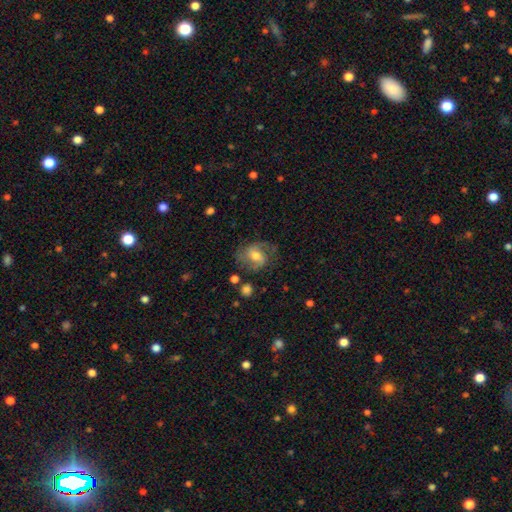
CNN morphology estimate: Q: Smooth or featured?
A: featured or disk (55%); runner-up: smooth (37%)
Q: Edge-on disk?
A: no (96%); runner-up: yes (4%)
Q: Bar?
A: weak (47%); runner-up: no (36%)
Q: Spiral arms?
A: yes (82%); runner-up: no (18%)
Q: Bulge size?
A: moderate (65%); runner-up: small (21%)
Q: Merging?
A: none (60%); runner-up: minor disturbance (23%)